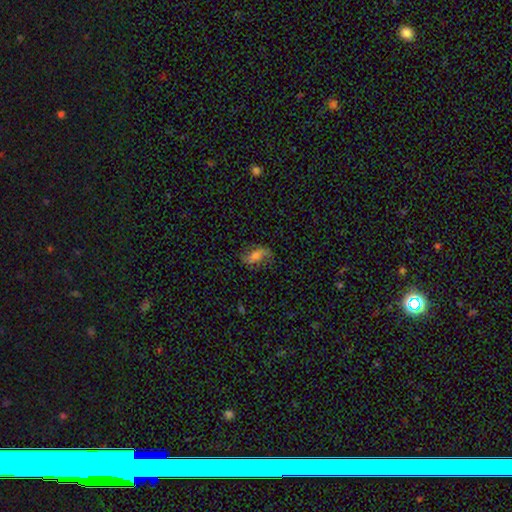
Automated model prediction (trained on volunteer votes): Morphology: type=smooth (50%); roundness=in between (83%); merging=none (70%).